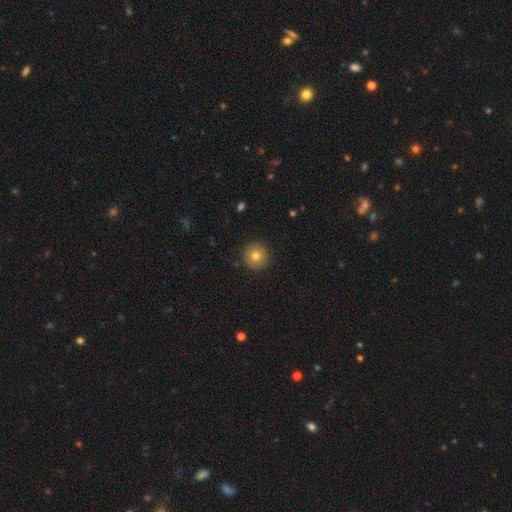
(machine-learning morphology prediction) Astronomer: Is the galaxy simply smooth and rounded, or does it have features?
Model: smooth — 77%.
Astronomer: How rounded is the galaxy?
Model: round — 96%.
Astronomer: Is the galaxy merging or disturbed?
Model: none — 91%.